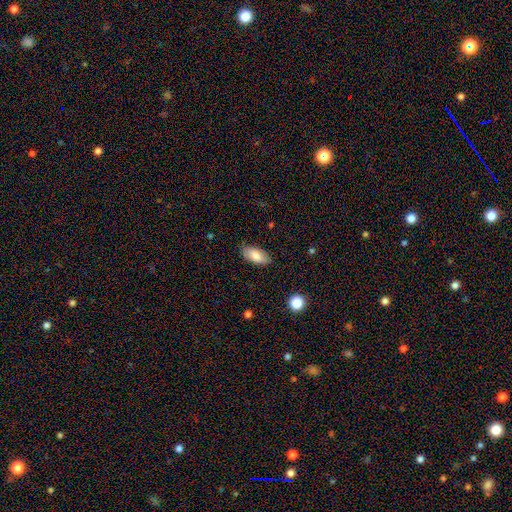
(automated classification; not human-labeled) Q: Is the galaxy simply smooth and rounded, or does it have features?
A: smooth — 82%.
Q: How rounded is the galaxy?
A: in between — 91%.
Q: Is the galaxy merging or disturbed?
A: none — 82%.